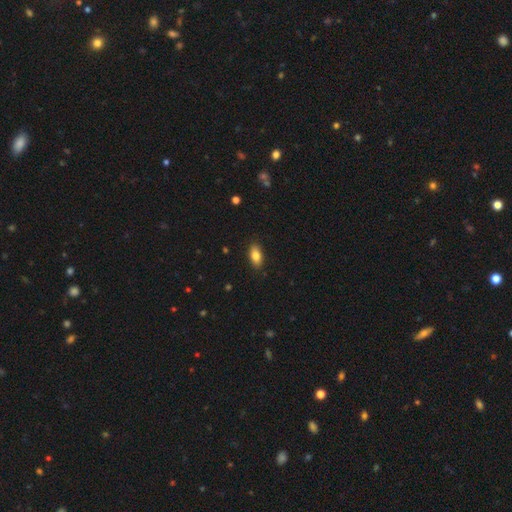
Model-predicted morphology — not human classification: smooth_or_featured: smooth (p=0.83) [alt: featured or disk p=0.10]
how_rounded: in between (p=0.90) [alt: cigar-shaped p=0.06]
merging: none (p=0.88) [alt: minor disturbance p=0.09]